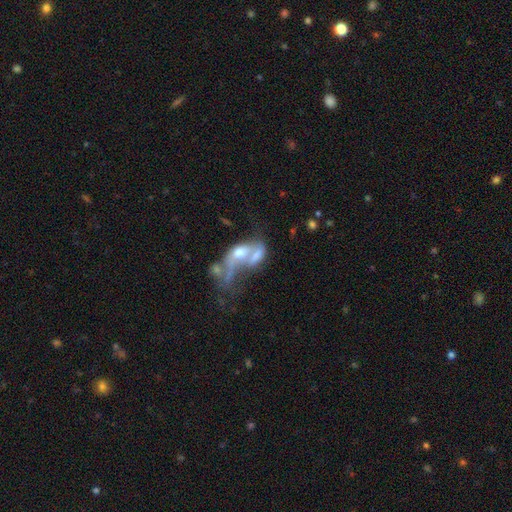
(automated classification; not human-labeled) Smooth or featured? featured or disk (45%, tied with smooth)
Merging? merger (63%)